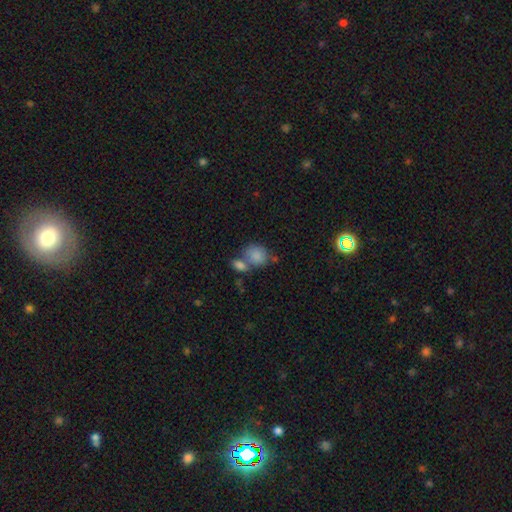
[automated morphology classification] The model was most divided on "merging": merger: 43%, none: 38%, minor disturbance: 13%, major disturbance: 6%. More confident: smooth or featured — smooth (83%); how rounded — round (53%).